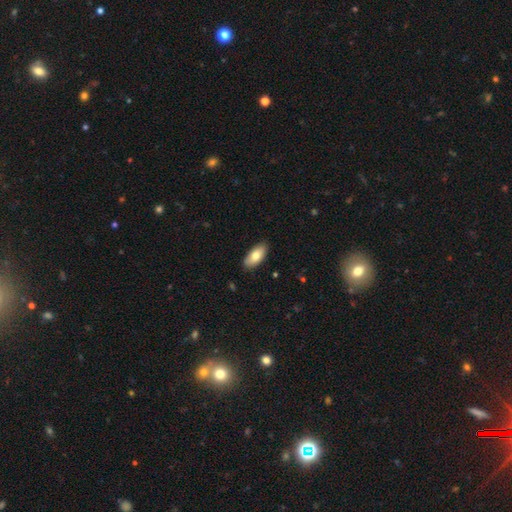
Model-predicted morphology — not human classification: smooth 78%, featured or disk 16%, star or artifact 6%. Down the decision tree: how rounded — in between (89%); merging — none (87%).